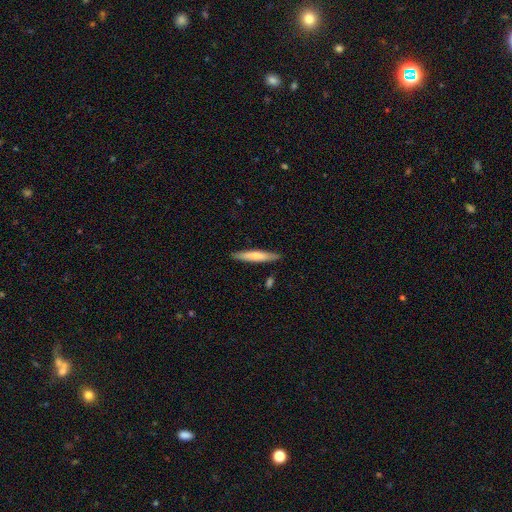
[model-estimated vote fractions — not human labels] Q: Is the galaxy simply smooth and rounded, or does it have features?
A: smooth — 70%.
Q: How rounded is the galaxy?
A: cigar-shaped — 90%.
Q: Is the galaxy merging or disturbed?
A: none — 88%.